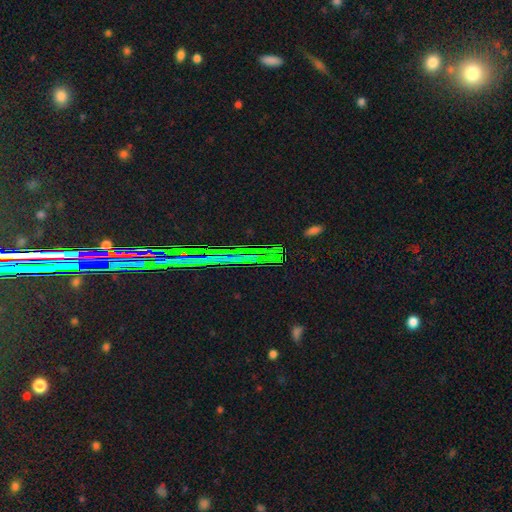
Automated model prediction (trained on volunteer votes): Overall: star or artifact (79%).